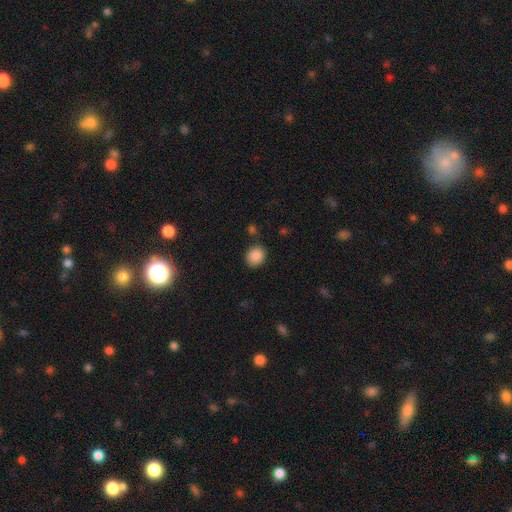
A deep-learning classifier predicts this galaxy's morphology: A smooth galaxy with no disk features (88%) that is round (69%).

Vote fractions:
- Smooth or featured? smooth: 88% / star or artifact: 9% / featured or disk: 3%
- How rounded? round: 69% / in between: 31% / cigar-shaped: 1%
- Merging? none: 81% / minor disturbance: 12% / merger: 4% / major disturbance: 4%